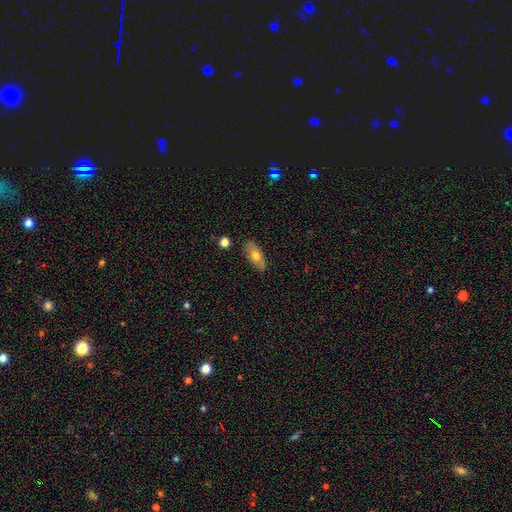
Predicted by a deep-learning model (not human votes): Smooth or featured?
  - smooth: 63% *
  - featured or disk: 30%
  - star or artifact: 7%
How rounded?
  - in between: 81% *
  - cigar-shaped: 16%
  - round: 4%
Merging?
  - none: 85% *
  - minor disturbance: 11%
  - major disturbance: 2%
  - merger: 2%